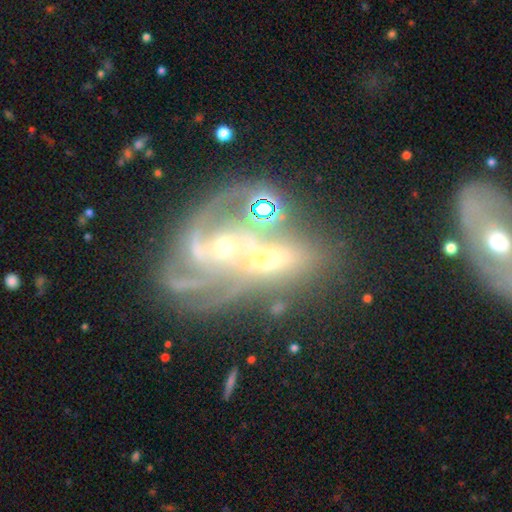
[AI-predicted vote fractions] Overall: featured or disk (78%). Edge-on disk: no (94%). Bar: no (61%; weak 26%). Spiral arms: yes (89%). Spiral arm count: 3 (30%; can't tell 24%). Spiral winding: medium (42%; tight 38%). Bulge size: small (55%; moderate 33%). Merging: merger (41%; none 31%).